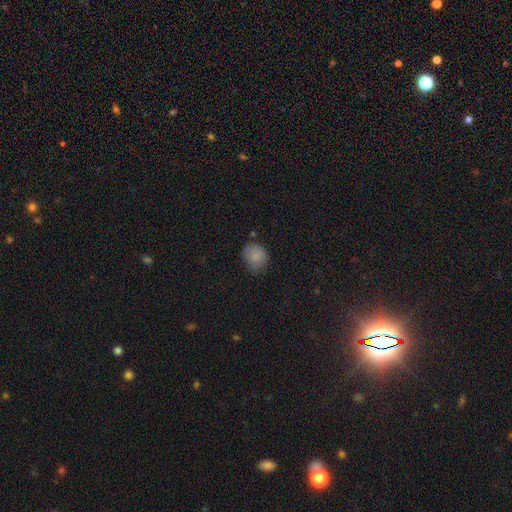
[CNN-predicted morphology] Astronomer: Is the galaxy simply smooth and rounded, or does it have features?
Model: smooth — 83%.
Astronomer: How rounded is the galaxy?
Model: round — 68%.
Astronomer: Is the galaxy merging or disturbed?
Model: none — 65%.